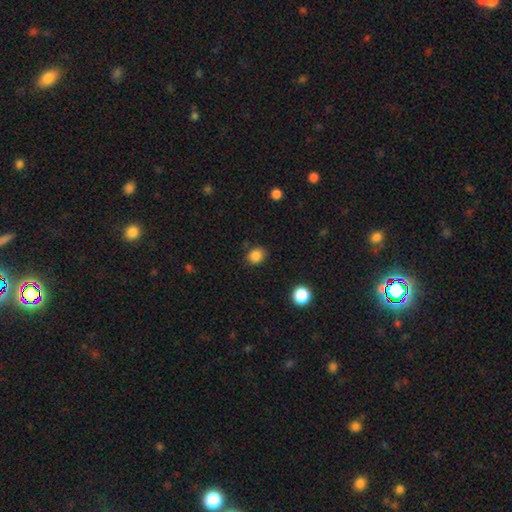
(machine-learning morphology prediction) smooth-or-featured: smooth: 85% | star or artifact: 11% | featured or disk: 4%
  how-rounded: round: 66% | in between: 33% | cigar-shaped: 1%
  merging: none: 83% | minor disturbance: 12% | major disturbance: 3% | merger: 2%